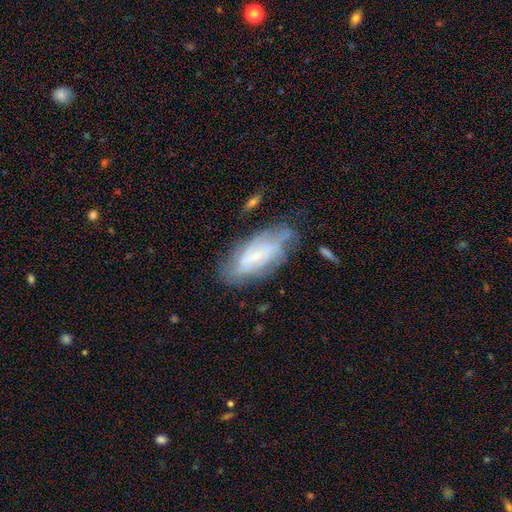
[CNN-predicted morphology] A featured or disk galaxy (68%) with no bar (51%), spiral arms (81%) and a small central bulge (72%).

Vote fractions:
- Smooth or featured? featured or disk: 68% / smooth: 25% / star or artifact: 8%
- Edge-on disk? no: 91% / yes: 9%
- Bar? no: 51% / weak: 37% / strong: 13%
- Spiral arms? yes: 81% / no: 19%
- Bulge size? small: 72% / moderate: 16% / none: 9% / large: 2% / dominant: 1%
- Merging? none: 61% / minor disturbance: 25% / major disturbance: 11% / merger: 4%